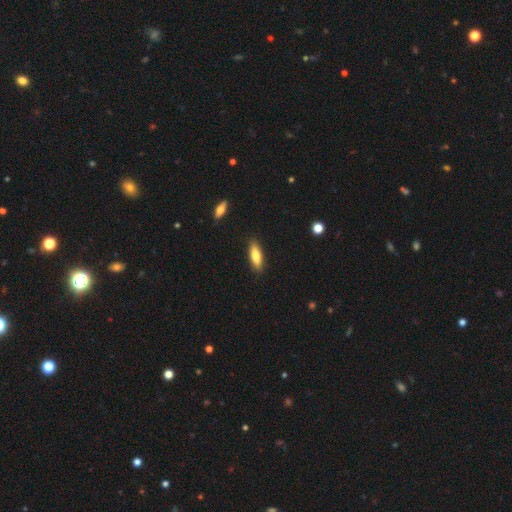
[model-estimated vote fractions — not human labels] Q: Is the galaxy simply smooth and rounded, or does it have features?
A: smooth — 79%.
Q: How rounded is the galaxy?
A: in between — 51%.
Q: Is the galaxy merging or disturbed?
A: none — 88%.